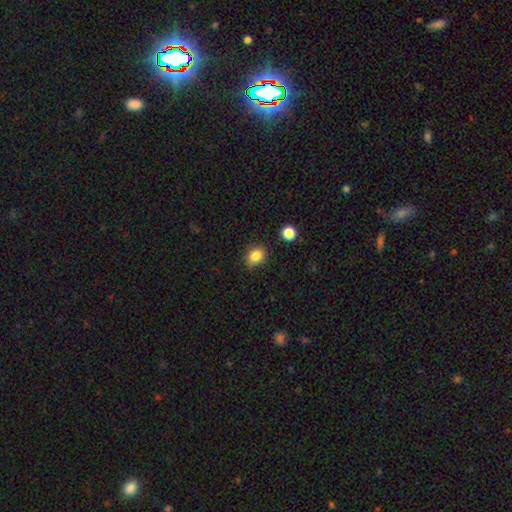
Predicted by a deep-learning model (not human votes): smooth_or_featured: smooth (p=0.84) [alt: star or artifact p=0.11]
how_rounded: in between (p=0.50) [alt: round p=0.49]
merging: none (p=0.81) [alt: minor disturbance p=0.13]